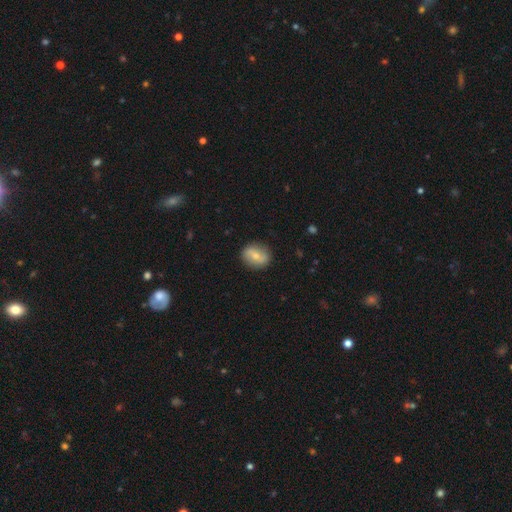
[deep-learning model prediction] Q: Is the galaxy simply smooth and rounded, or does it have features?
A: smooth — 55%.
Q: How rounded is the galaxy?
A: round — 52%.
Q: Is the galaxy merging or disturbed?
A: none — 86%.